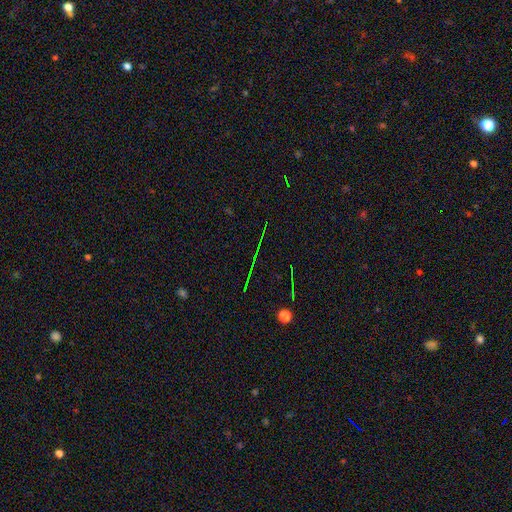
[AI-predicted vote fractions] The model was most divided on "smooth or featured": star or artifact: 74%, smooth: 14%, featured or disk: 12%.